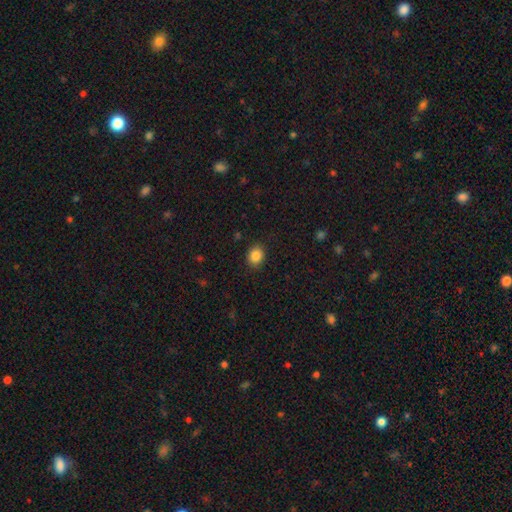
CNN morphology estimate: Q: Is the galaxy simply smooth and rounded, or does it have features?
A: smooth — 86%.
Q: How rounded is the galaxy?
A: round — 56%.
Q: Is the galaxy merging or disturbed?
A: none — 88%.